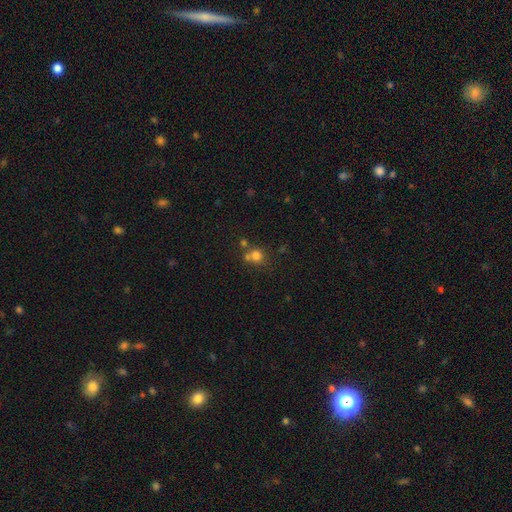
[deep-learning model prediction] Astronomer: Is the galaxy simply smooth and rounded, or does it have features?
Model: smooth — 75%.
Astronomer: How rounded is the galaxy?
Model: round — 83%.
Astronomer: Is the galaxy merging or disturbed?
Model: none — 52% (runner-up: merger, 34%).